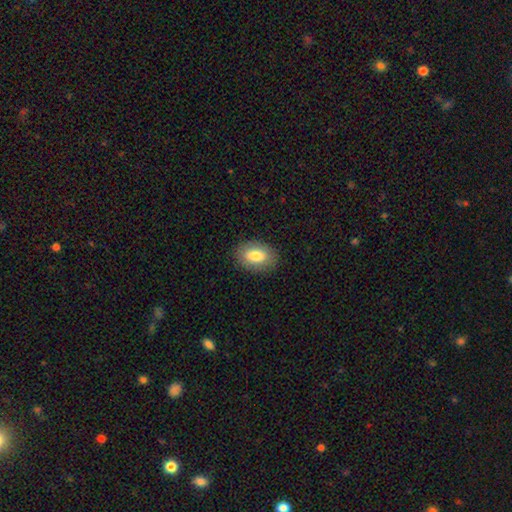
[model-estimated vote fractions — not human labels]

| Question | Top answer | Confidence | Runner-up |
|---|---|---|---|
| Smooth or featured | smooth | 79% | featured or disk (14%) |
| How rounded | in between | 87% | round (11%) |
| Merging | none | 87% | minor disturbance (10%) |